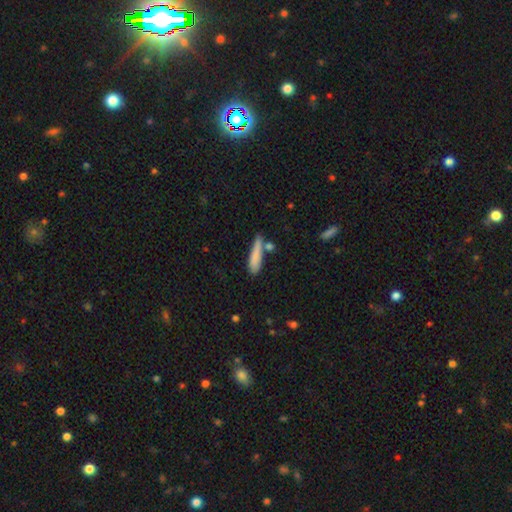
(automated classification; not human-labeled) This is clearly a smooth galaxy (81%). How rounded: clearly cigar-shaped (81%). Merging: likely none (61%).